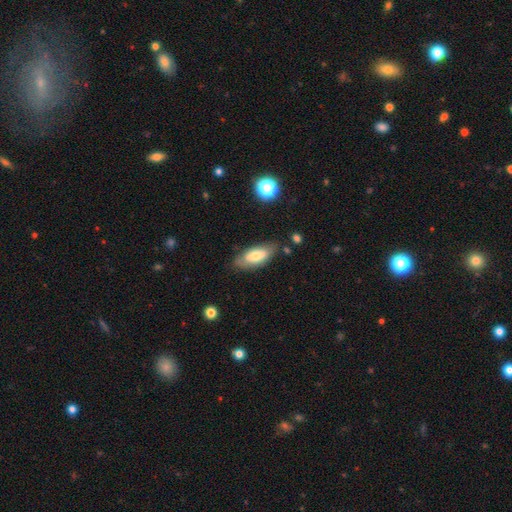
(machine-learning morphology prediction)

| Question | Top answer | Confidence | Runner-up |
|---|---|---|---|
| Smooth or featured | smooth | 63% | featured or disk (30%) |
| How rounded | in between | 85% | cigar-shaped (13%) |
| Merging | none | 71% | minor disturbance (21%) |